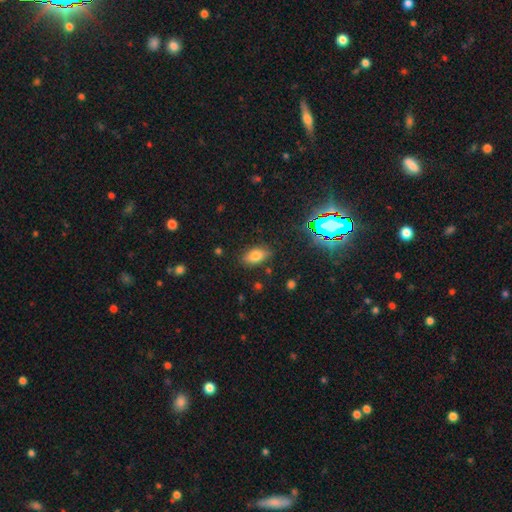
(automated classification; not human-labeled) Smooth or featured?
  - smooth: 74% *
  - star or artifact: 13%
  - featured or disk: 12%
How rounded?
  - in between: 87% *
  - cigar-shaped: 7%
  - round: 6%
Merging?
  - none: 84% *
  - minor disturbance: 12%
  - major disturbance: 3%
  - merger: 2%